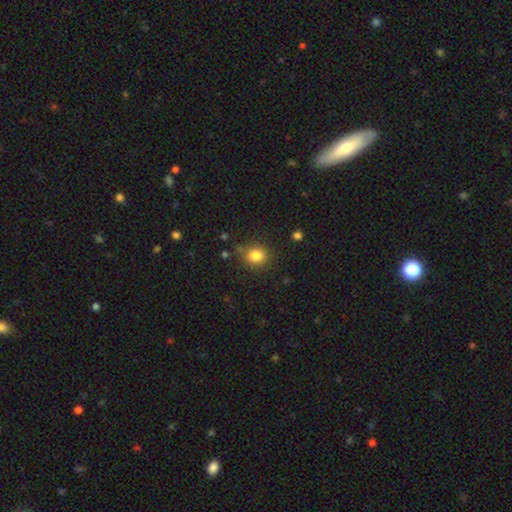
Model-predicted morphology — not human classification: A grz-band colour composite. It shows a smooth galaxy with no disk features (83%) that is round (77%). Merging: none (81%).